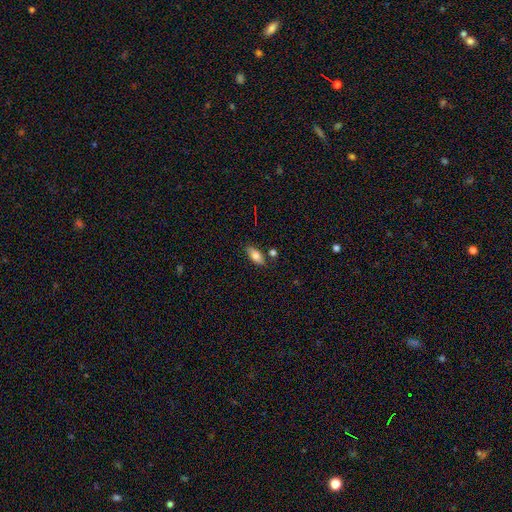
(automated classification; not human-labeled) Overall: smooth (77%). How rounded: in between (85%). Merging: none (78%).